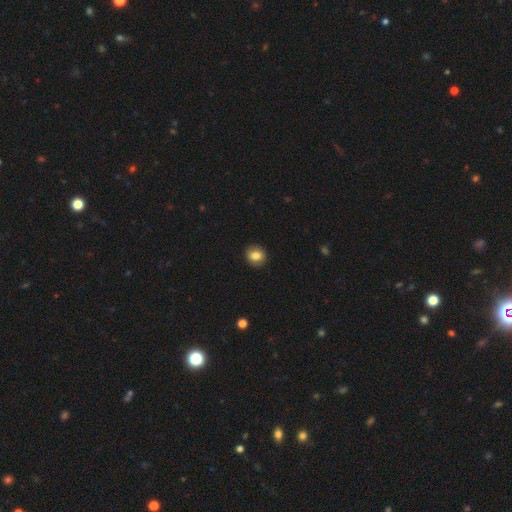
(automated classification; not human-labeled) Smooth or featured? Predicted: smooth (p=0.83). How rounded? Predicted: round (p=0.78). Merging? Predicted: none (p=0.90).